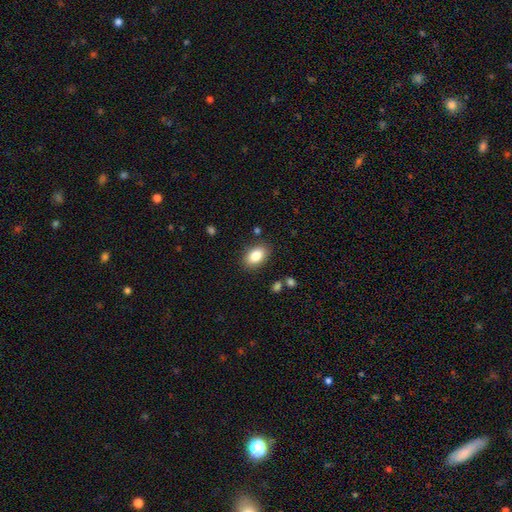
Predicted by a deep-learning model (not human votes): Smooth or featured: smooth — 84% (featured or disk — 8%)
How rounded: in between — 86% (round — 13%)
Merging: none — 85% (minor disturbance — 10%)